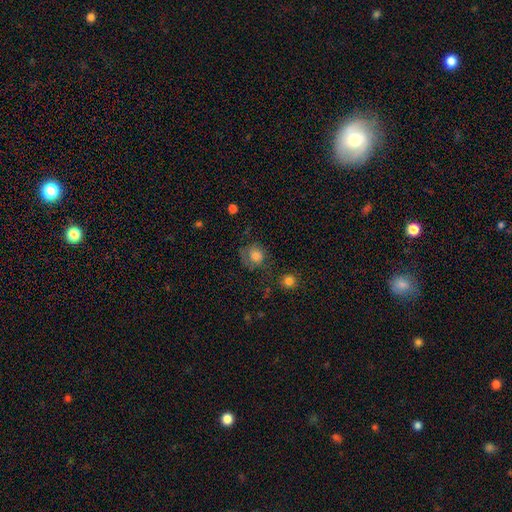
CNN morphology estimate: smooth_or_featured: smooth (p=0.73) [alt: featured or disk p=0.15]
how_rounded: round (p=0.77) [alt: in between p=0.22]
merging: none (p=0.51) [alt: minor disturbance p=0.24]